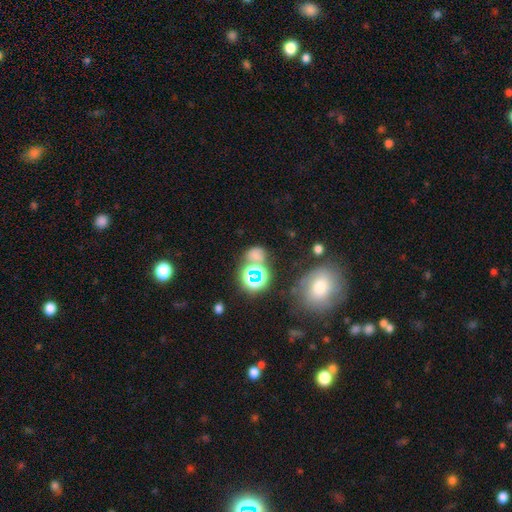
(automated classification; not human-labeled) smooth 48%, star or artifact 42%, featured or disk 10%. Down the decision tree: merging — none (54%).